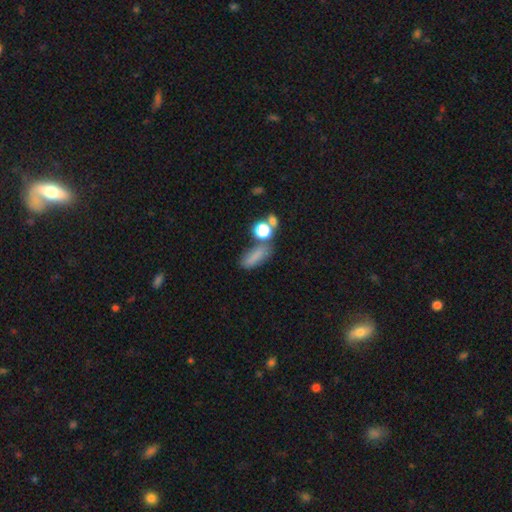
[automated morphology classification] smooth-or-featured: smooth: 78% | star or artifact: 14% | featured or disk: 9%
  how-rounded: in between: 52% | cigar-shaped: 36% | round: 12%
  merging: none: 59% | merger: 17% | minor disturbance: 16% | major disturbance: 8%